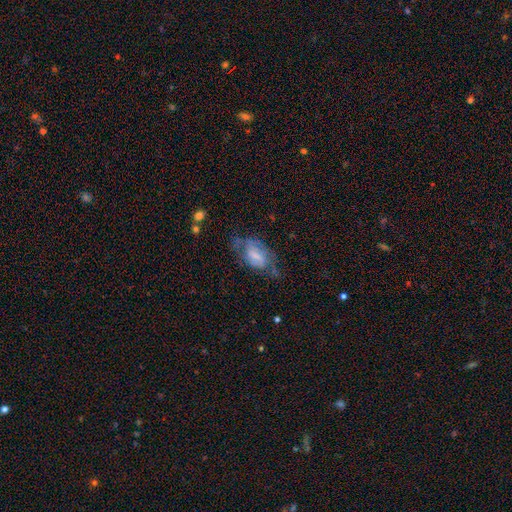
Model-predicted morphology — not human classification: featured or disk 57%, smooth 35%, star or artifact 8%. Down the decision tree: edge-on disk — no (94%); bar — weak (50%); spiral arms — yes (70%); bulge size — small (40%); merging — none (43%).